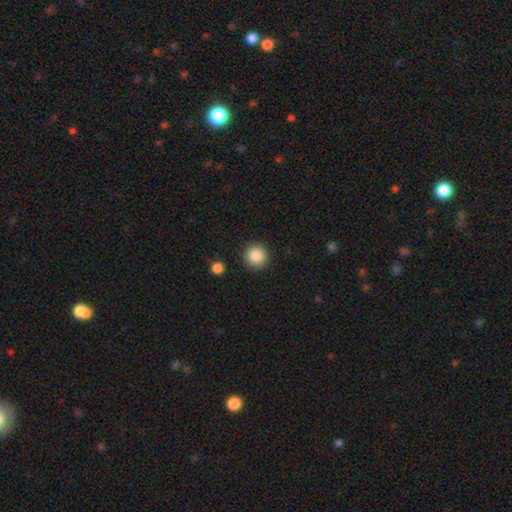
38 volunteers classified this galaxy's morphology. Smooth or featured?
  - smooth: 89% *
  - star or artifact: 11%
  - featured or disk: 0%
How rounded?
  - round: 100% *
  - in between: 0%
  - cigar-shaped: 0%
Merging?
  - none: 91% *
  - minor disturbance: 6%
  - merger: 3%
  - major disturbance: 0%